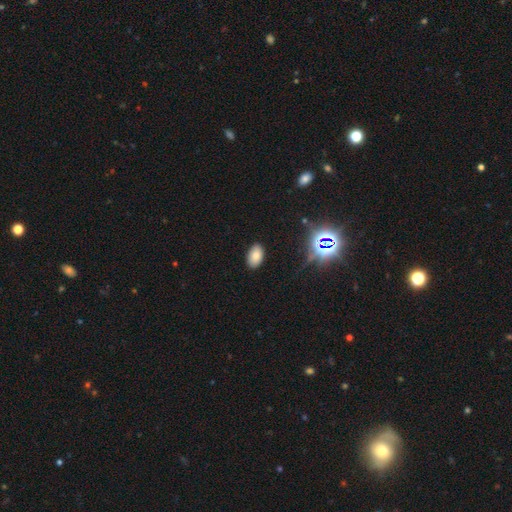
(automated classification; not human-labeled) A smooth galaxy with no disk features (79%) that is in between round and cigar-shaped (93%). Merging: none (87%).